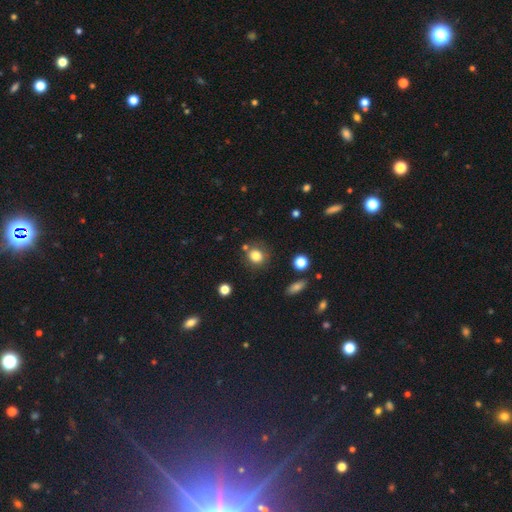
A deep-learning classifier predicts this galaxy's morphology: smooth-or-featured: smooth: 81% | star or artifact: 12% | featured or disk: 7%
  how-rounded: round: 81% | in between: 18% | cigar-shaped: 1%
  merging: none: 75% | minor disturbance: 13% | merger: 8% | major disturbance: 4%